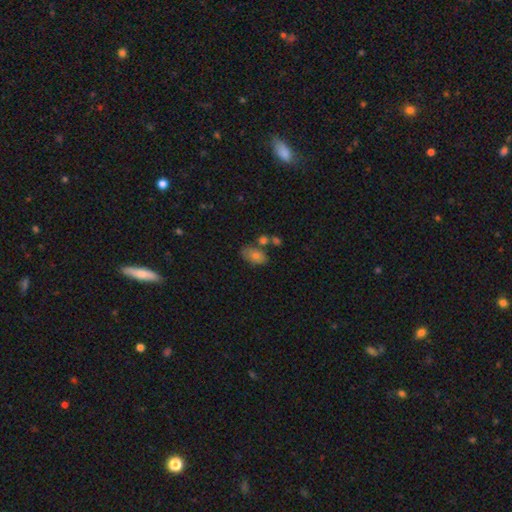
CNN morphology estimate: type=smooth (71%); roundness=in between (91%); merging=none (60%).